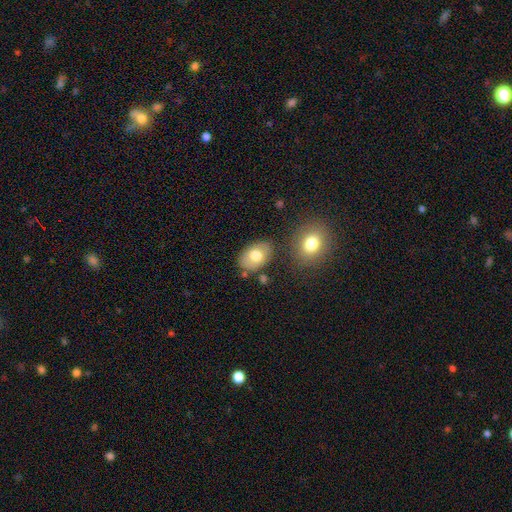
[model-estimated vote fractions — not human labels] Smooth or featured? Predicted: smooth (p=0.73). How rounded? Predicted: in between (p=0.85). Merging? Predicted: none (p=0.77).